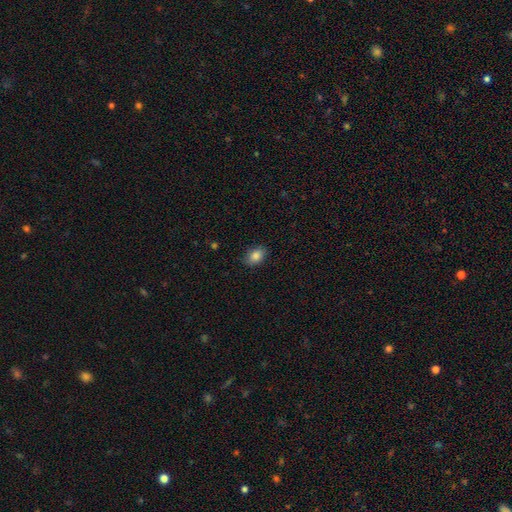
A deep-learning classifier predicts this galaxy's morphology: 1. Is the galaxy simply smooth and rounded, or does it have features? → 86% smooth, 8% star or artifact, 6% featured or disk.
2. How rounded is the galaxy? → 78% in between, 21% round, 1% cigar-shaped.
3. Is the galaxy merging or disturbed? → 84% none, 13% minor disturbance, 3% major disturbance, 1% merger.